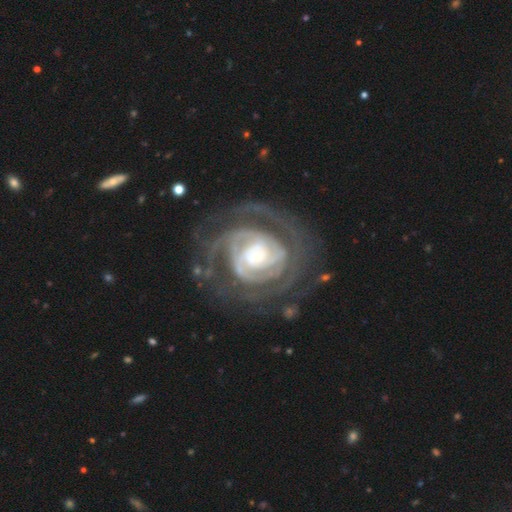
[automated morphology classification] smooth_or_featured: featured or disk (p=0.89) [alt: smooth p=0.06]
disk_edge_on: no (p=0.98) [alt: yes p=0.02]
bar: no (p=0.61) [alt: weak p=0.26]
has_spiral_arms: yes (p=0.97) [alt: no p=0.03]
spiral_winding: tight (p=0.71) [alt: medium p=0.23]
spiral_arm_count: 2 (p=0.33) [alt: can't tell p=0.23]
bulge_size: small (p=0.48) [alt: moderate p=0.27]
merging: none (p=0.66) [alt: minor disturbance p=0.16]